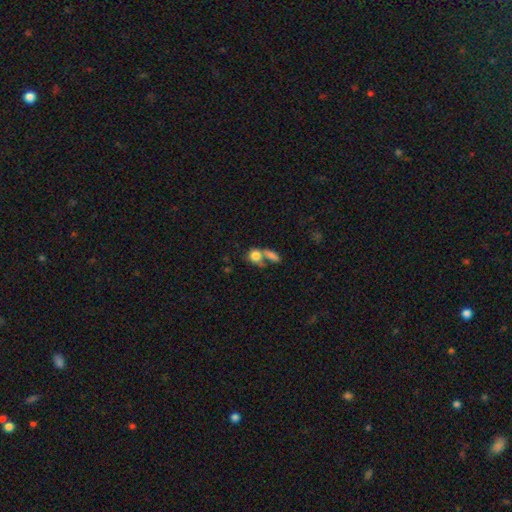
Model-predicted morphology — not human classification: This is likely a smooth galaxy (80%). How rounded: likely round (62%). Merging: possibly merger (52%).